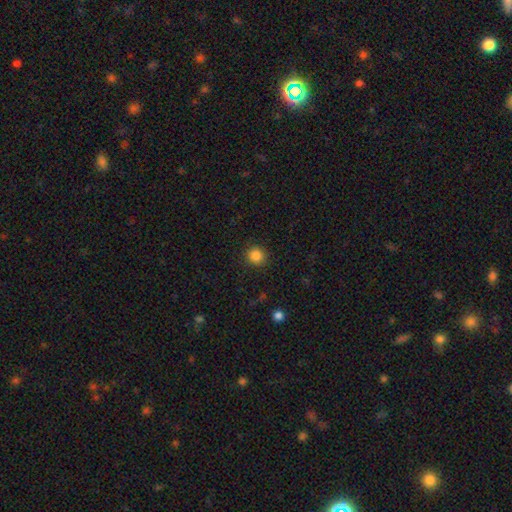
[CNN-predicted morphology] A smooth galaxy with no disk features (86%) that is round (91%).

Vote fractions:
- Smooth or featured? smooth: 86% / star or artifact: 11% / featured or disk: 4%
- How rounded? round: 91% / in between: 8% / cigar-shaped: 1%
- Merging? none: 90% / minor disturbance: 7% / major disturbance: 2% / merger: 1%